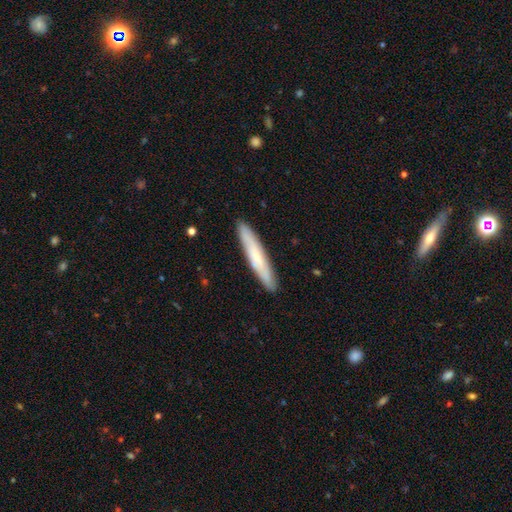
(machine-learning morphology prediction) A smooth galaxy with no disk features (59%) that is cigar-shaped (93%). Merging: none (91%).